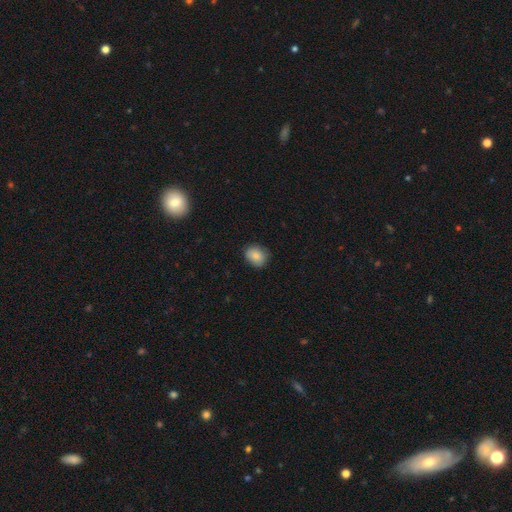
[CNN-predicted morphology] This is clearly a smooth galaxy (85%). How rounded: possibly round (57%). Merging: clearly none (81%).